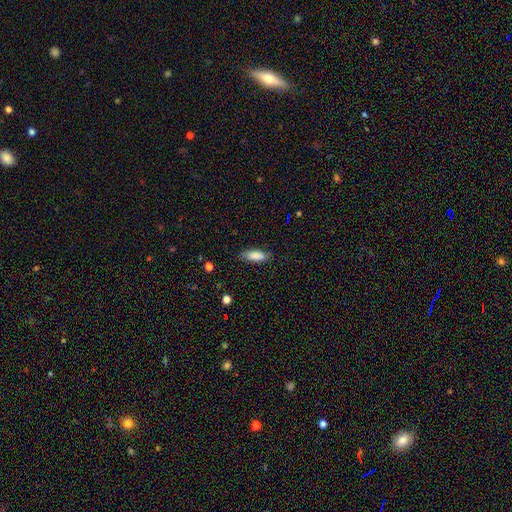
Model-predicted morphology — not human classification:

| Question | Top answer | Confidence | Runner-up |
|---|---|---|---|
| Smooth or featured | smooth | 84% | featured or disk (9%) |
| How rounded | in between | 70% | cigar-shaped (28%) |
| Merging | none | 80% | minor disturbance (16%) |